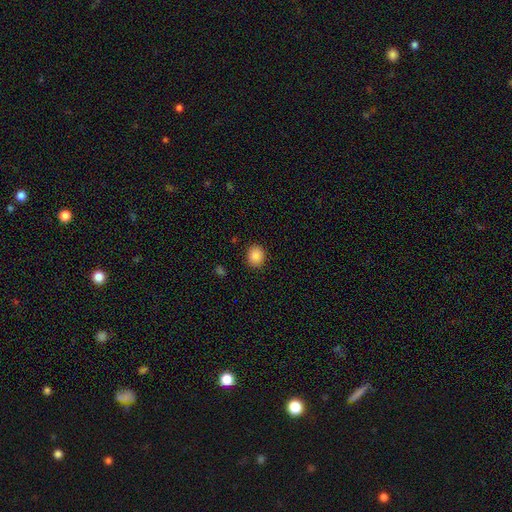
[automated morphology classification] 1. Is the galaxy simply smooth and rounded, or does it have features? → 88% smooth, 9% star or artifact, 3% featured or disk.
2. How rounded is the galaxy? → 64% round, 35% in between, 1% cigar-shaped.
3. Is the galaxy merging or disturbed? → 89% none, 8% minor disturbance, 2% major disturbance, 1% merger.